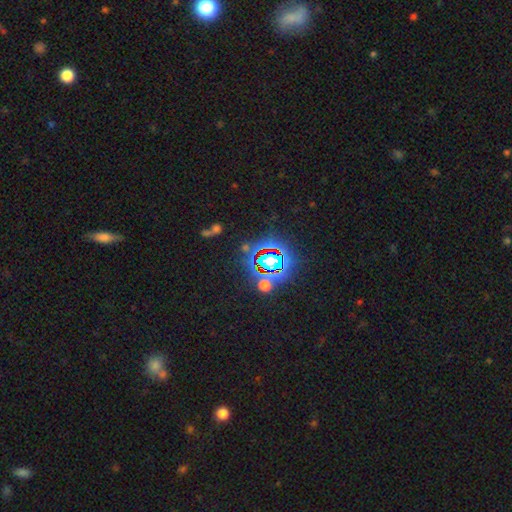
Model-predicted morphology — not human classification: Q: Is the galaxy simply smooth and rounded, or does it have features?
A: star or artifact — 81%.